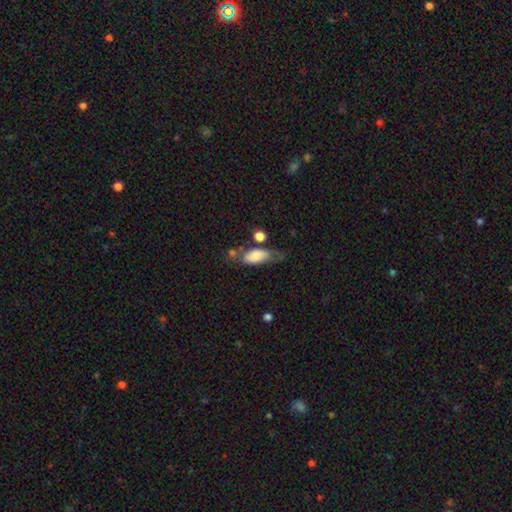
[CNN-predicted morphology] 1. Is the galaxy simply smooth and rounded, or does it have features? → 76% smooth, 17% featured or disk, 7% star or artifact.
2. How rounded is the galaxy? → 82% in between, 15% cigar-shaped, 4% round.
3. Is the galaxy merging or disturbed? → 40% none, 28% minor disturbance, 18% major disturbance, 14% merger.